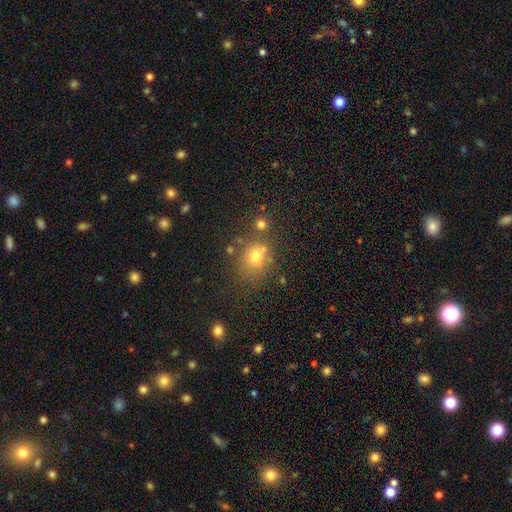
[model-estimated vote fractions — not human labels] The model was most divided on "how rounded": round: 56%, in between: 43%, cigar-shaped: 1%. More confident: smooth or featured — smooth (69%); merging — none (55%).